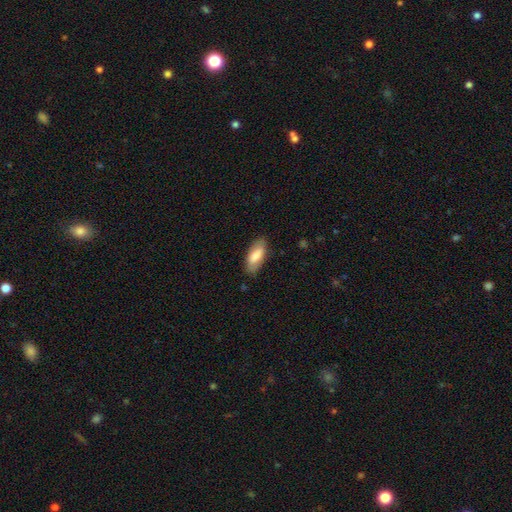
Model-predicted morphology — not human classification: The model was most divided on "smooth or featured": smooth: 74%, featured or disk: 20%, star or artifact: 6%. More confident: how rounded — in between (84%); merging — none (82%).